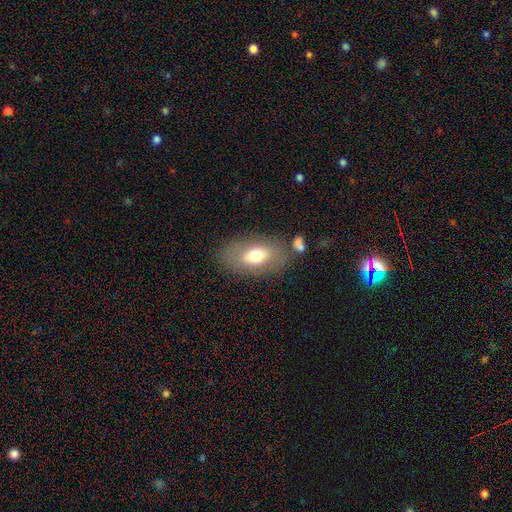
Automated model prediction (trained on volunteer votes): This appears to be a smooth galaxy with no disk features (66%) that is in between round and cigar-shaped (90%). Merging: none (75%).